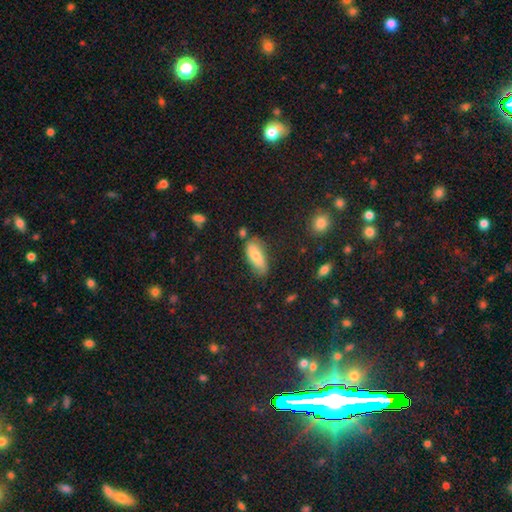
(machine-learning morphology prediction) smooth 72%, featured or disk 21%, star or artifact 7%. Down the decision tree: how rounded — in between (76%); merging — none (64%).